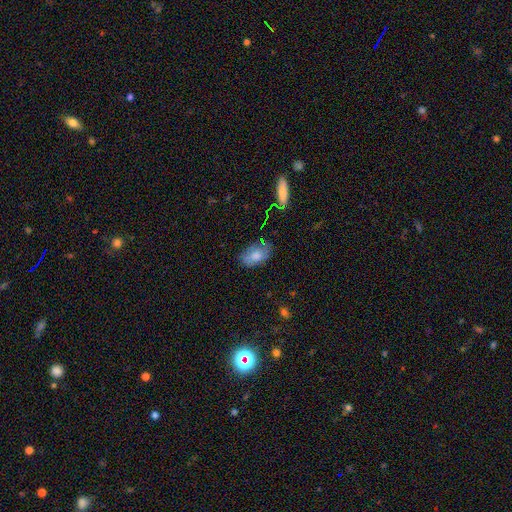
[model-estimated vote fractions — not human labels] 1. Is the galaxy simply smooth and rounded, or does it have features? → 64% smooth, 25% featured or disk, 10% star or artifact.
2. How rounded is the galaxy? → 90% in between, 8% round, 2% cigar-shaped.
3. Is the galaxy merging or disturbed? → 68% none, 23% minor disturbance, 6% major disturbance, 3% merger.